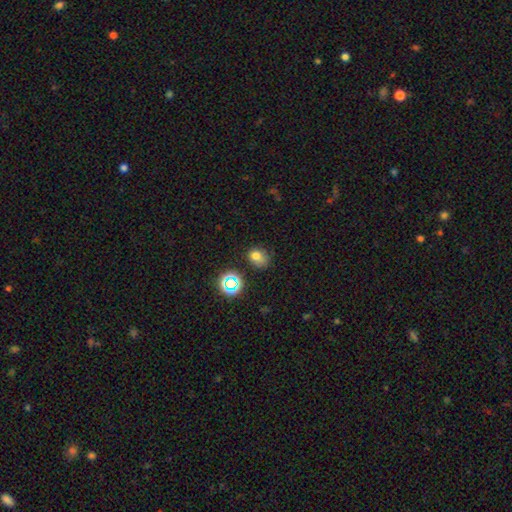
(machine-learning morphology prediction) Overall: smooth (72%). How rounded: in between (50%; round 49%). Merging: none (66%).